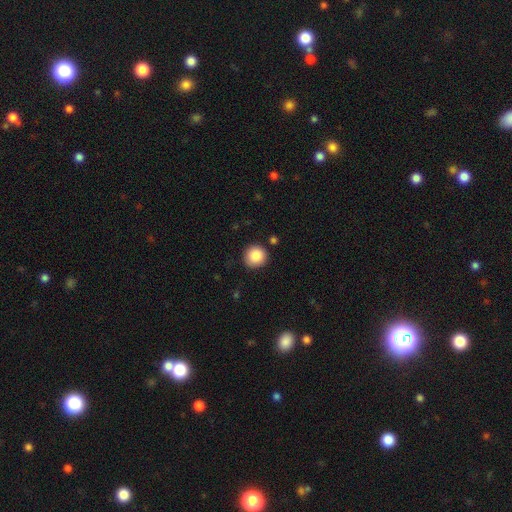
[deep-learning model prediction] Smooth or featured? smooth (87%)
How rounded? round (94%)
Merging? none (88%)